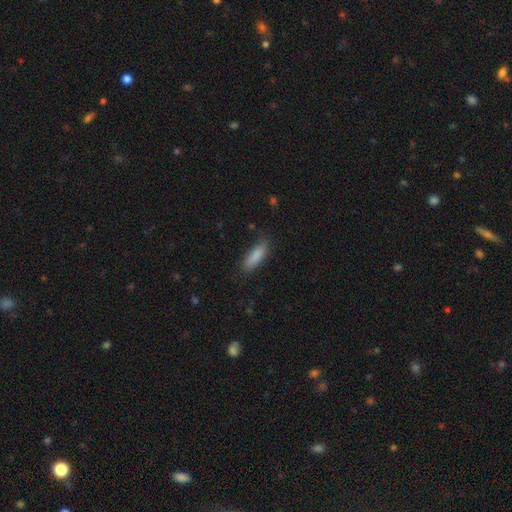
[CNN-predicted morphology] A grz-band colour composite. It shows a smooth galaxy with no disk features (86%) that is in between round and cigar-shaped (58%). Merging: none (77%).